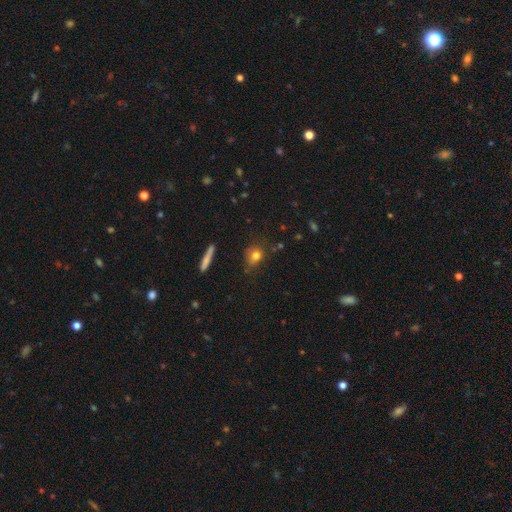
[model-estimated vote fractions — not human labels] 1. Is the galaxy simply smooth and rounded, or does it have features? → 77% smooth, 12% star or artifact, 11% featured or disk.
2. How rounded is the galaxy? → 64% round, 32% in between, 4% cigar-shaped.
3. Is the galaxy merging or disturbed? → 70% none, 20% minor disturbance, 6% major disturbance, 3% merger.